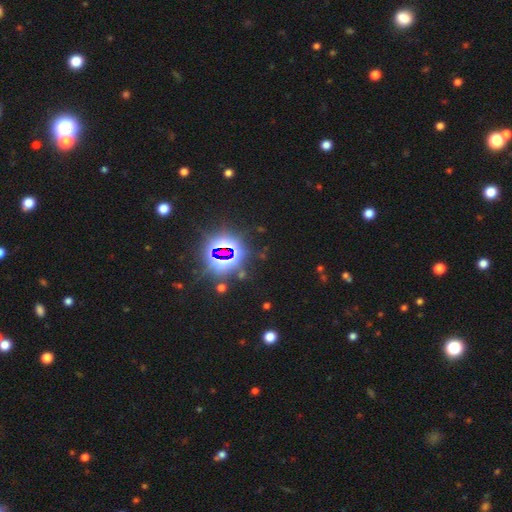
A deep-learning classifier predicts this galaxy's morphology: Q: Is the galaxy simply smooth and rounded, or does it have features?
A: star or artifact — 82%.